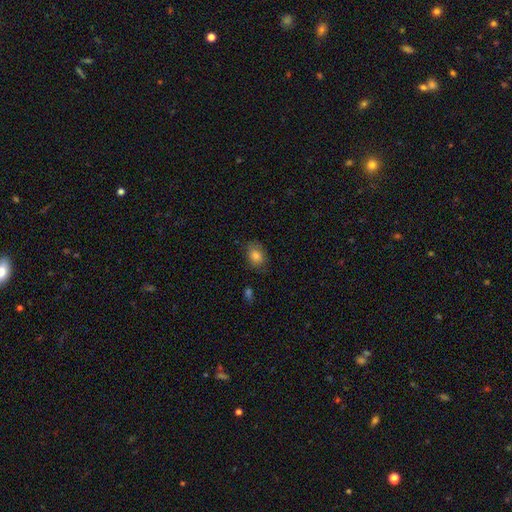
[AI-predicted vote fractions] A smooth galaxy with no disk features (83%) that is in between round and cigar-shaped (69%). Merging: none (76%).